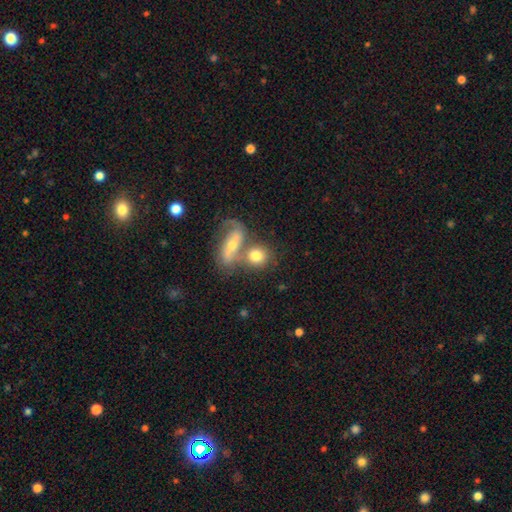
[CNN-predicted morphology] Smooth or featured? Predicted: smooth (p=0.61). How rounded? Predicted: round (p=0.60). Merging? Predicted: merger (p=0.51).